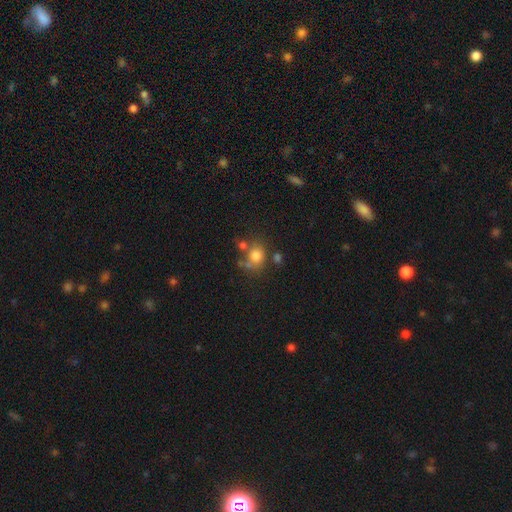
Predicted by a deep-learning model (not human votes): Smooth or featured?
  - smooth: 76% *
  - star or artifact: 13%
  - featured or disk: 11%
How rounded?
  - round: 71% *
  - in between: 28%
  - cigar-shaped: 1%
Merging?
  - none: 54% *
  - merger: 22%
  - minor disturbance: 15%
  - major disturbance: 9%